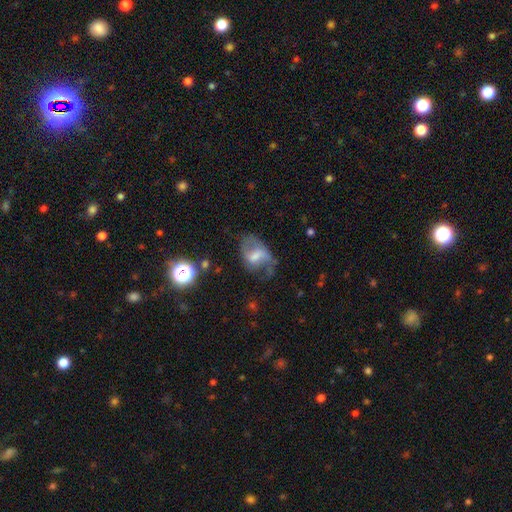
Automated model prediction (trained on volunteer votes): Smooth or featured? featured or disk (58%)
Edge-on disk? no (96%)
Bar? weak (50%)
Spiral arms? yes (74%)
Bulge size? moderate (40%)
Merging? none (44%)